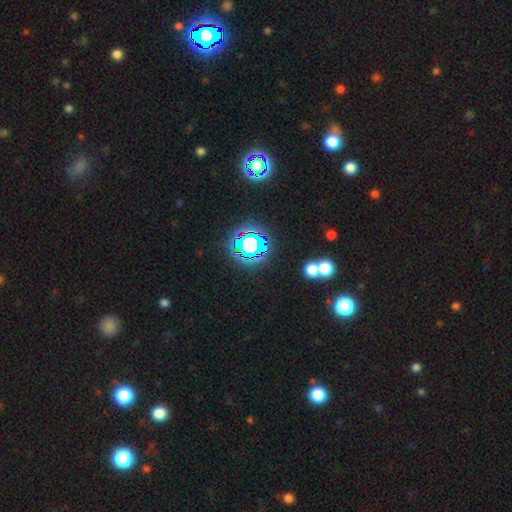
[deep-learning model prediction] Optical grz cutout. It shows a star or artifact, not a galaxy (77%).